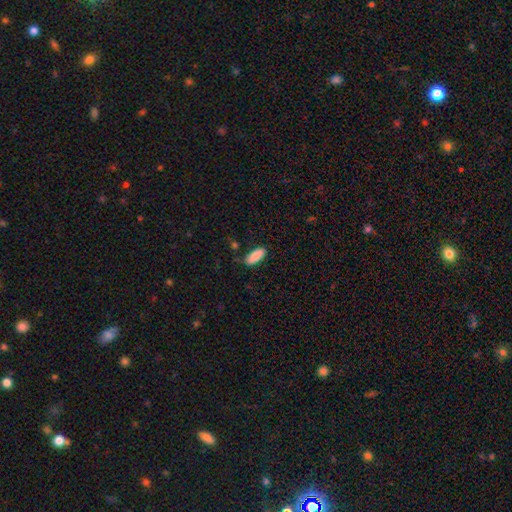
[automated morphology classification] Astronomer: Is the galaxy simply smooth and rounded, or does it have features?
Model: smooth — 88%.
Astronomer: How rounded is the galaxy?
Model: in between — 78%.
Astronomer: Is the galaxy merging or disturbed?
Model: none — 76%.